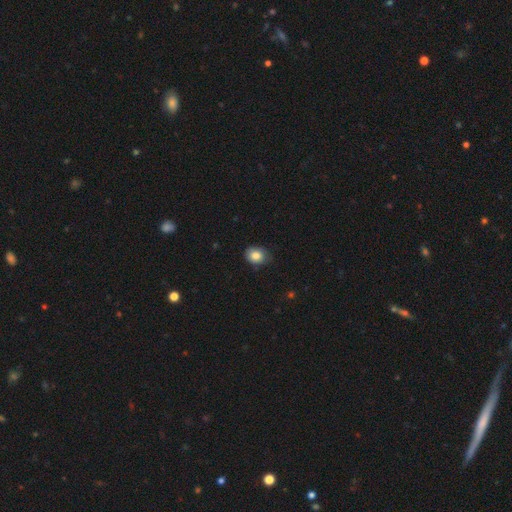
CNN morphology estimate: Smooth or featured? Predicted: smooth (p=0.83). How rounded? Predicted: round (p=0.53). Merging? Predicted: none (p=0.77).